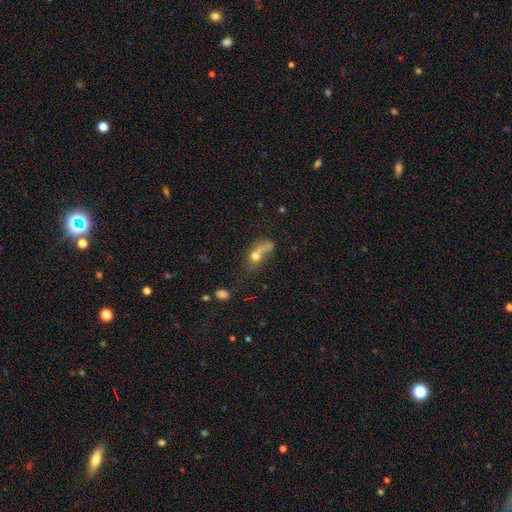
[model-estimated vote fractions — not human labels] Overall: smooth (55%; featured or disk 28%). How rounded: in between (51%; round 32%). Merging: none (29%, tied with merger).